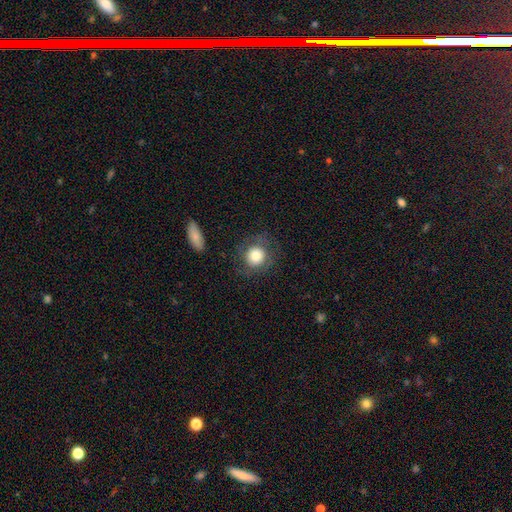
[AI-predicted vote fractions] smooth-or-featured: smooth: 77% | featured or disk: 14% | star or artifact: 9%
  how-rounded: round: 88% | in between: 11% | cigar-shaped: 1%
  merging: none: 78% | minor disturbance: 13% | major disturbance: 7% | merger: 2%